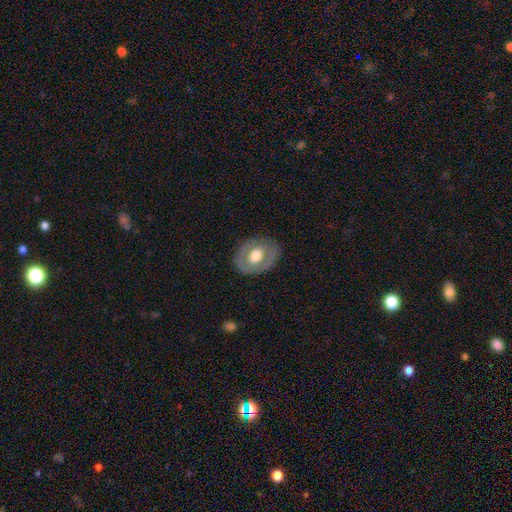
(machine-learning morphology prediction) Overall: smooth (49%; featured or disk 45%). Merging: none (79%).